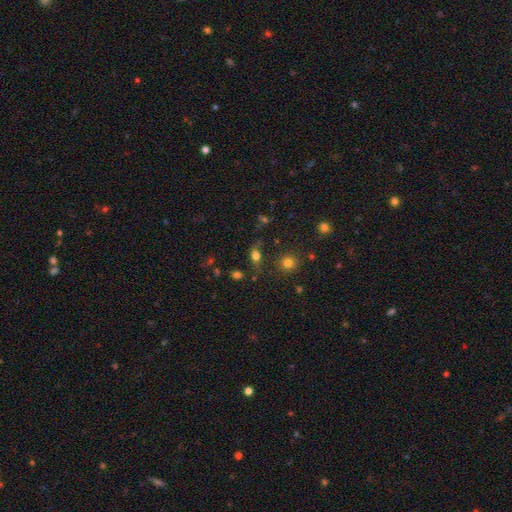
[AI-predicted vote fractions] This appears to be a smooth galaxy with no disk features (57%) that is in between round and cigar-shaped (60%). Merging: none (66%).